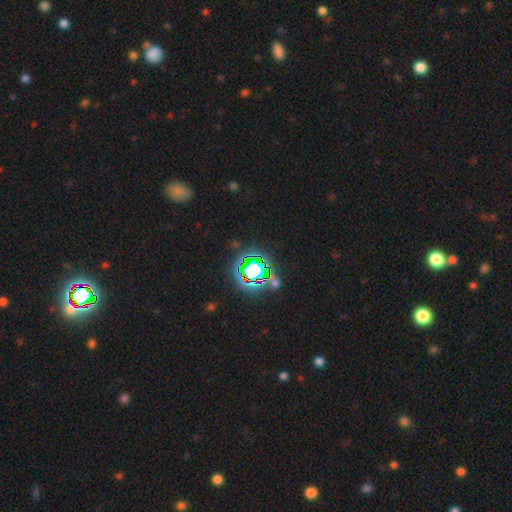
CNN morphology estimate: A star or artifact, not a galaxy (80%).

Vote fractions:
- Smooth or featured? star or artifact: 80% / smooth: 13% / featured or disk: 7%